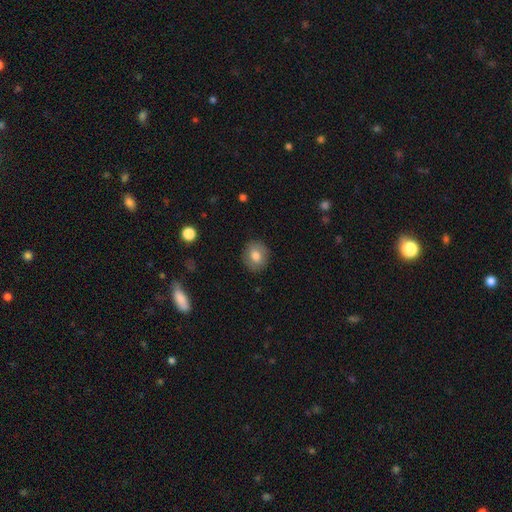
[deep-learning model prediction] Morphology: type=smooth (77%); roundness=round (73%); merging=none (87%).